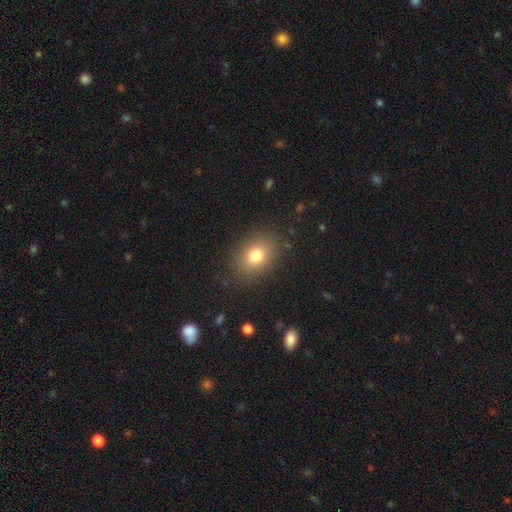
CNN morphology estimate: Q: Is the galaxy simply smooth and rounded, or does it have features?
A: smooth — 79%.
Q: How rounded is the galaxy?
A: in between — 65%.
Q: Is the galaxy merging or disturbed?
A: none — 86%.